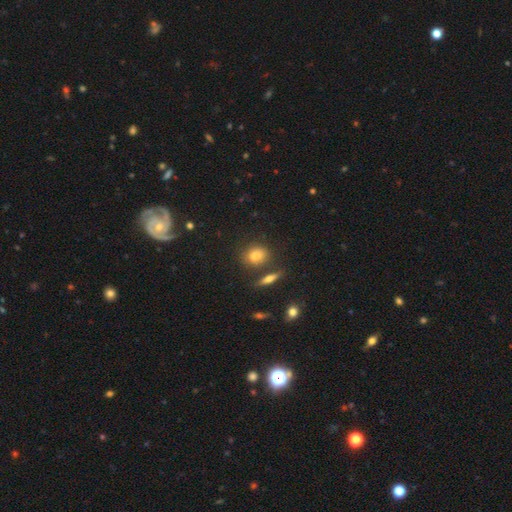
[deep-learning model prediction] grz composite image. It shows a smooth galaxy with no disk features (79%) that is round (62%). Merging: none (75%).